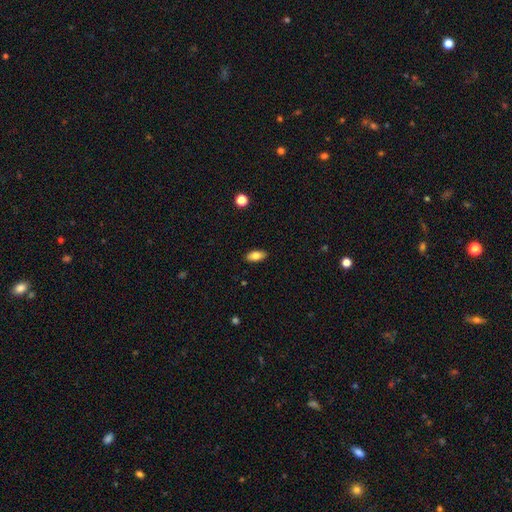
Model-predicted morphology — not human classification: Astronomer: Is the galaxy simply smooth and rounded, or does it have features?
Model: smooth — 81%.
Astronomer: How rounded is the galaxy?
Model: in between — 89%.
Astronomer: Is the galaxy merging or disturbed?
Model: none — 89%.